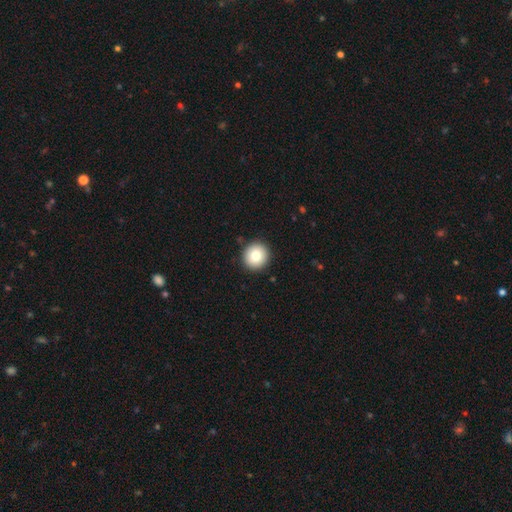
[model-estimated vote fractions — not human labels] smooth_or_featured: smooth (p=0.82) [alt: featured or disk p=0.09]
how_rounded: round (p=0.94) [alt: in between p=0.06]
merging: none (p=0.92) [alt: minor disturbance p=0.06]